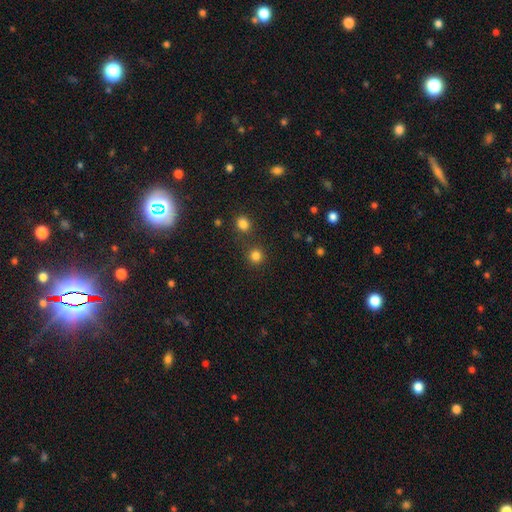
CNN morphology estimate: The model was most divided on "smooth or featured": smooth: 80%, star or artifact: 16%, featured or disk: 4%. More confident: how rounded — round (93%); merging — none (79%).